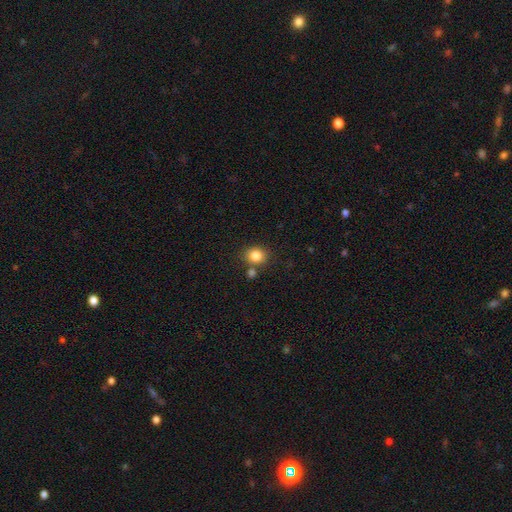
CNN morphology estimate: type=smooth (83%); roundness=round (69%); merging=none (73%).